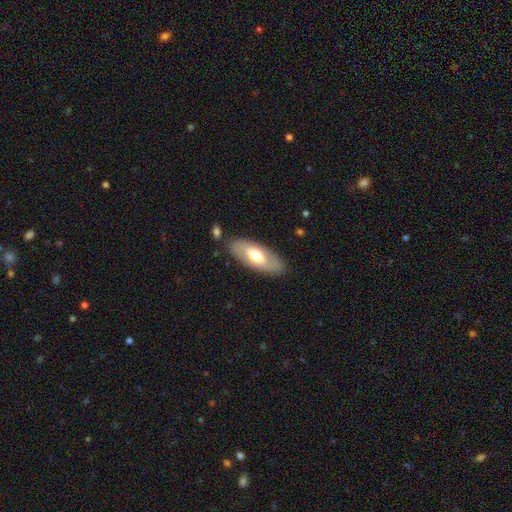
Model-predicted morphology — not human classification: Smooth or featured? smooth (56%)
How rounded? in between (83%)
Merging? none (83%)